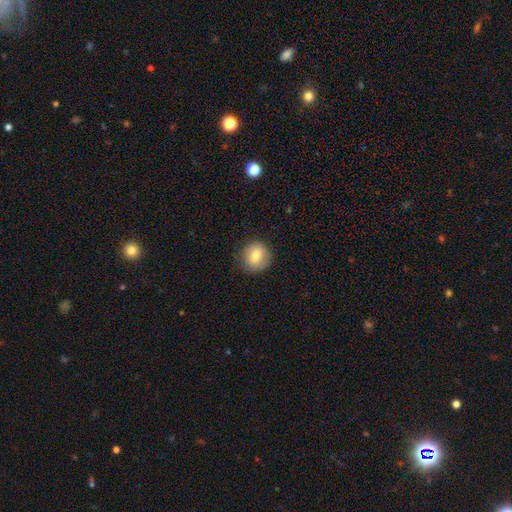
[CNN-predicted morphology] This appears to be a smooth galaxy with no disk features (79%) that is round (86%). Merging: none (85%).